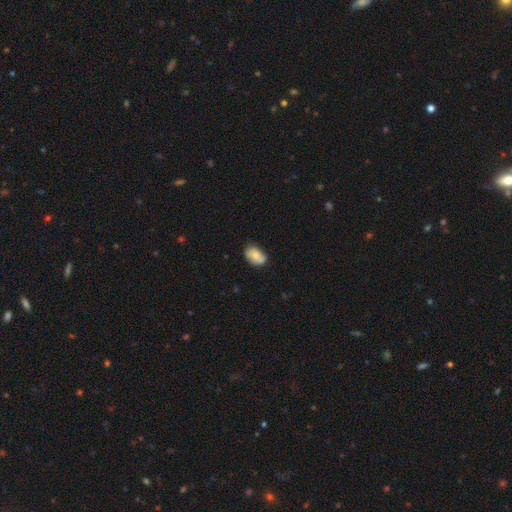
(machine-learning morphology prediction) This is likely a smooth galaxy (65%). How rounded: clearly in between (84%). Merging: likely none (63%).